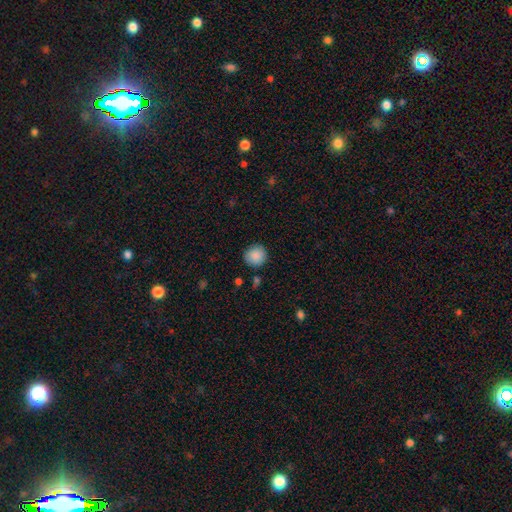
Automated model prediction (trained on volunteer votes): Q: Smooth or featured?
A: smooth (88%); runner-up: star or artifact (8%)
Q: How rounded?
A: round (91%); runner-up: in between (8%)
Q: Merging?
A: none (88%); runner-up: minor disturbance (8%)